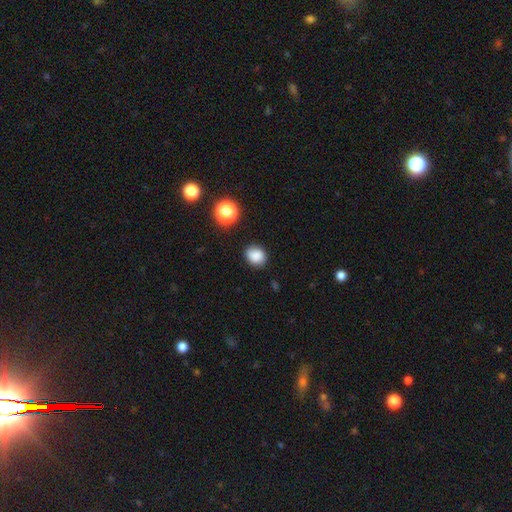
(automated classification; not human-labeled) This appears to be a smooth galaxy with no disk features (84%) that is round (60%). Merging: none (77%).